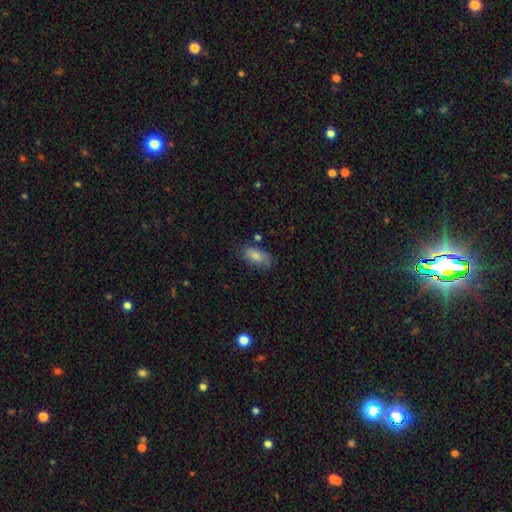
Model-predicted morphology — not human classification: type=smooth (83%); roundness=in between (87%); merging=none (73%).